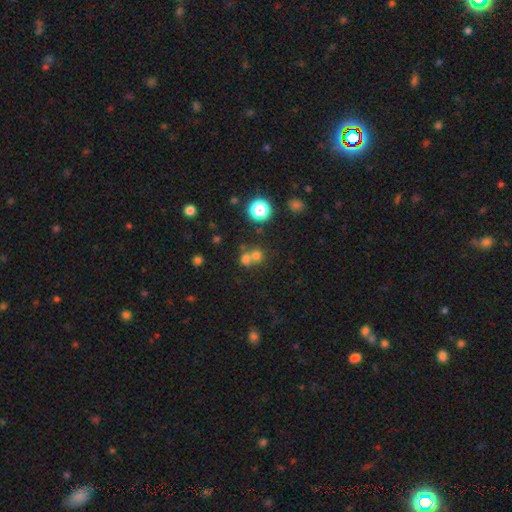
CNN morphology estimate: smooth_or_featured: smooth (p=0.66) [alt: star or artifact p=0.22]
how_rounded: round (p=0.85) [alt: in between p=0.14]
merging: merger (p=0.47) [alt: none p=0.44]